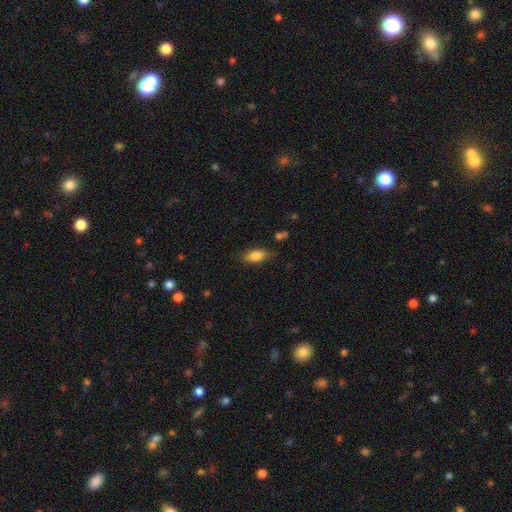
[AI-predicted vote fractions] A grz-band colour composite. It shows a smooth galaxy with no disk features (86%) that is in between round and cigar-shaped (90%). Merging: none (76%).